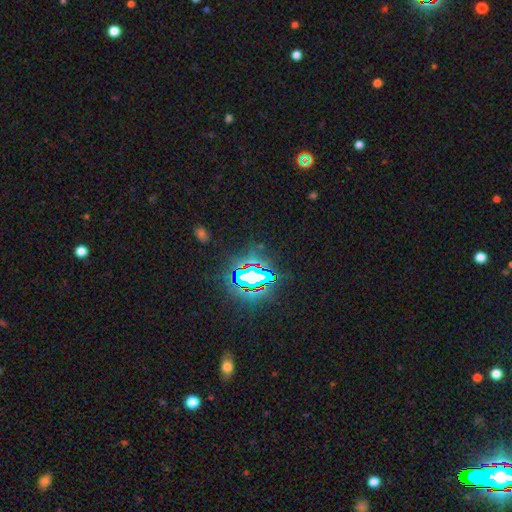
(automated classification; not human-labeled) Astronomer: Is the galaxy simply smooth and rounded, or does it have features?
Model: star or artifact — 83%.